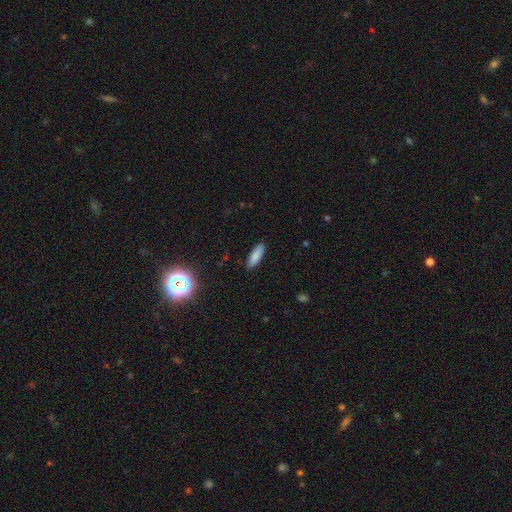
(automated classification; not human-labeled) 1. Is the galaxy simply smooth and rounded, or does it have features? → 85% smooth, 9% star or artifact, 6% featured or disk.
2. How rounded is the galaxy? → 57% in between, 42% cigar-shaped, 2% round.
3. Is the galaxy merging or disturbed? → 88% none, 9% minor disturbance, 2% major disturbance, 1% merger.